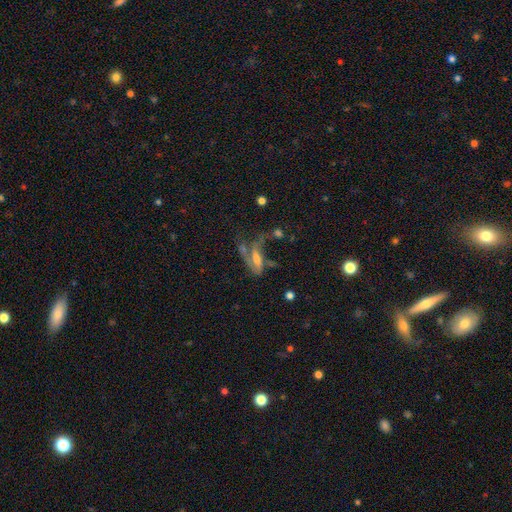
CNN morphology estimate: smooth-or-featured: featured or disk: 62% | smooth: 21% | star or artifact: 17%
  disk-edge-on: no: 80% | yes: 20%
  merging: major disturbance: 37% | none: 27% | merger: 21% | minor disturbance: 15%